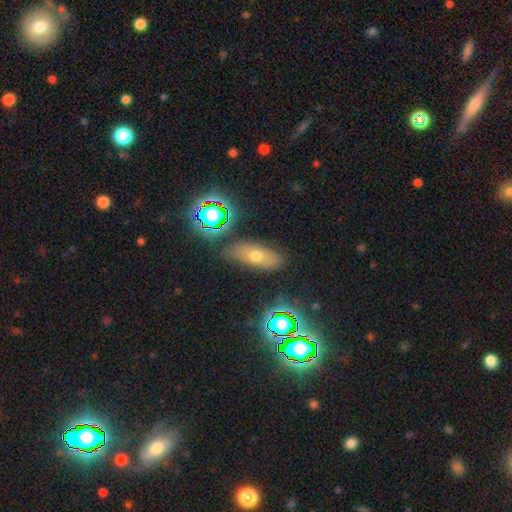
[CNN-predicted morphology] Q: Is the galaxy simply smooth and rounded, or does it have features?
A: smooth — 50%.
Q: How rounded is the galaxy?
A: in between — 70%.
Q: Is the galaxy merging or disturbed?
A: none — 81%.